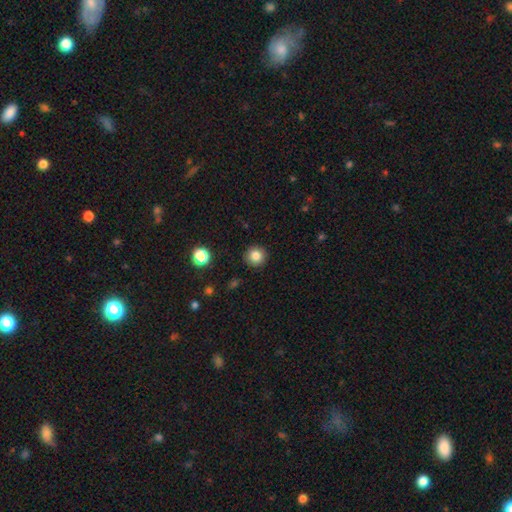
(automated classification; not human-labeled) Smooth or featured? smooth (83%)
How rounded? round (94%)
Merging? none (92%)